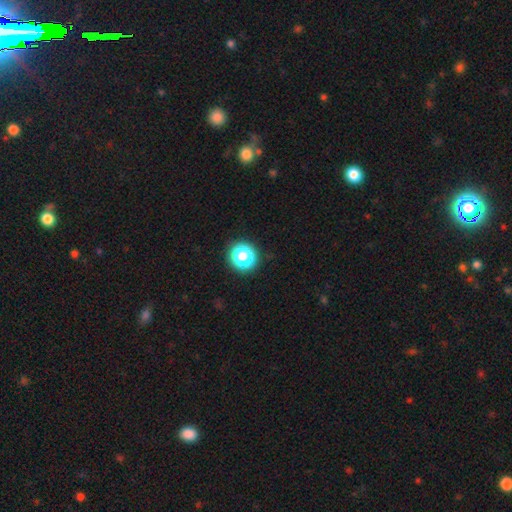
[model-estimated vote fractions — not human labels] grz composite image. It shows a star or artifact, not a galaxy (62%).